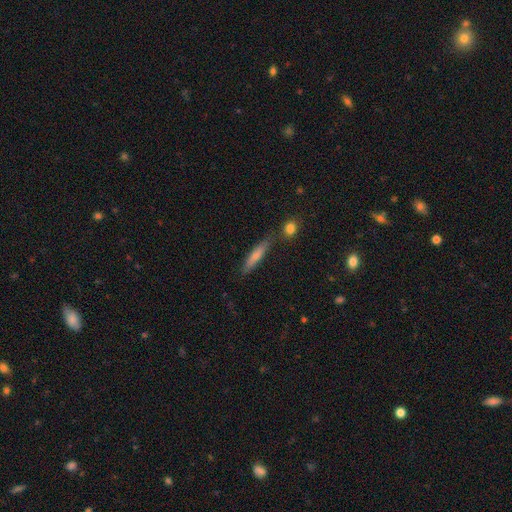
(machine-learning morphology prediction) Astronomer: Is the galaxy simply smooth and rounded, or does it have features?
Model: smooth — 70%.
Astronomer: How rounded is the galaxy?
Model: cigar-shaped — 85%.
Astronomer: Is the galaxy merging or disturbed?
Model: none — 73%.